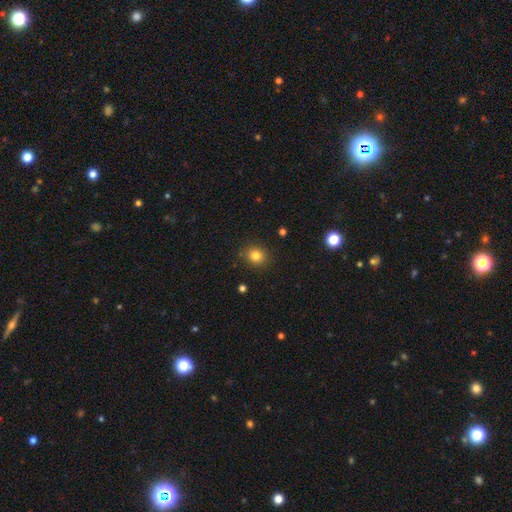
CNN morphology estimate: smooth-or-featured: smooth: 82% | star or artifact: 12% | featured or disk: 6%
  how-rounded: round: 78% | in between: 21% | cigar-shaped: 1%
  merging: none: 87% | minor disturbance: 8% | major disturbance: 3% | merger: 2%